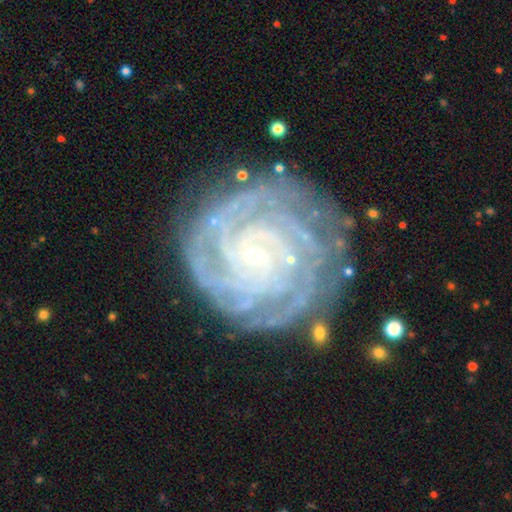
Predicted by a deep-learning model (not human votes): Smooth or featured: featured or disk — 89% (star or artifact — 6%)
Edge-on disk: no — 98% (yes — 2%)
Bar: no — 73% (weak — 19%)
Spiral arms: yes — 98% (no — 2%)
Spiral winding: tight — 84% (medium — 14%)
Spiral arm count: 4 — 24% (3 — 19%)
Bulge size: small — 85% (moderate — 12%)
Merging: none — 79% (minor disturbance — 15%)